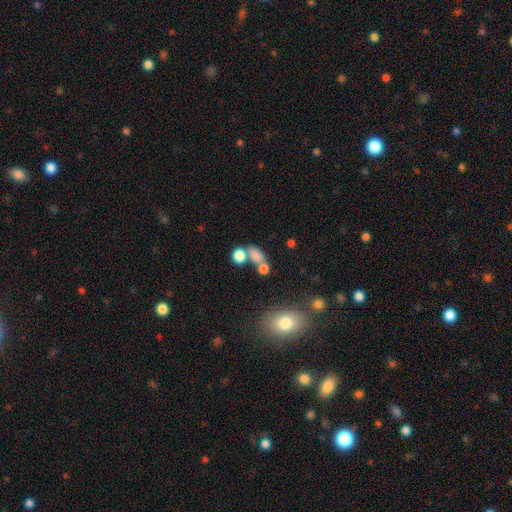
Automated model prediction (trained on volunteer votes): Smooth or featured? Predicted: smooth (p=0.75). How rounded? Predicted: in between (p=0.62). Merging? Predicted: merger (p=0.44).